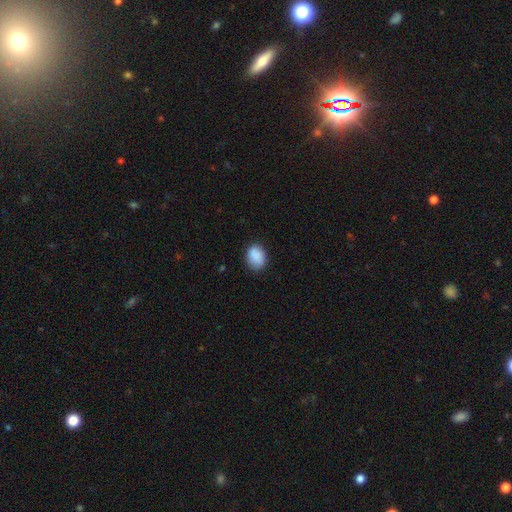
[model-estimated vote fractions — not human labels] Q: Smooth or featured?
A: smooth (88%); runner-up: star or artifact (7%)
Q: How rounded?
A: in between (65%); runner-up: round (34%)
Q: Merging?
A: none (79%); runner-up: minor disturbance (17%)